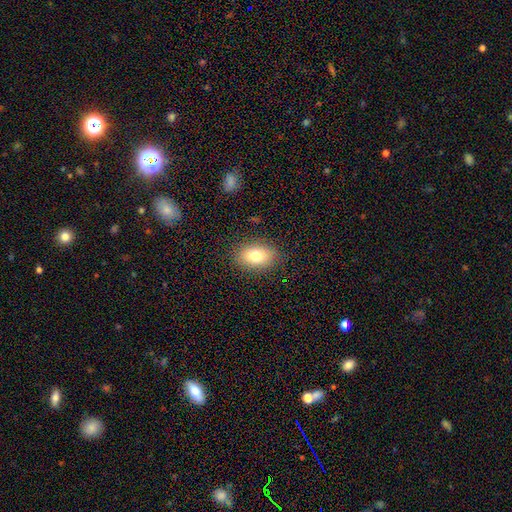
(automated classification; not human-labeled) smooth-or-featured: smooth: 79% | featured or disk: 12% | star or artifact: 9%
  how-rounded: in between: 86% | round: 12% | cigar-shaped: 2%
  merging: none: 86% | minor disturbance: 10% | major disturbance: 3% | merger: 1%